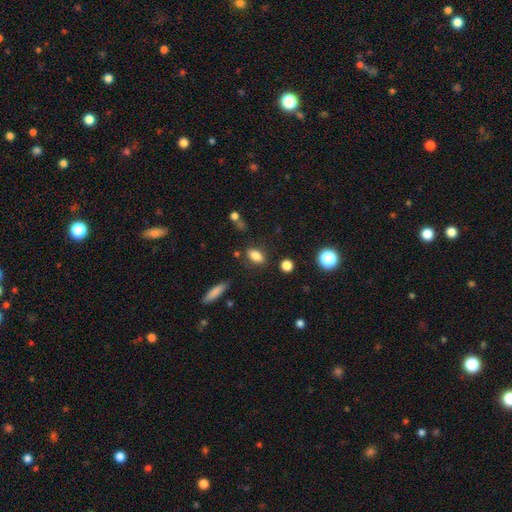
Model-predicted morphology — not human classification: Smooth or featured?
  - smooth: 82% *
  - star or artifact: 10%
  - featured or disk: 8%
How rounded?
  - in between: 82% *
  - round: 9%
  - cigar-shaped: 8%
Merging?
  - none: 81% *
  - minor disturbance: 12%
  - major disturbance: 3%
  - merger: 3%